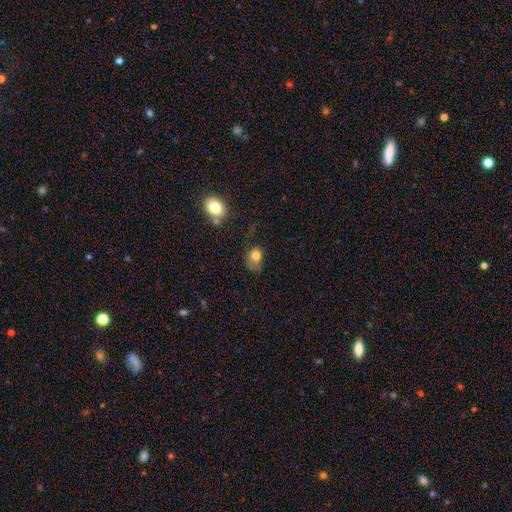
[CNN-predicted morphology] type=smooth (77%); roundness=in between (60%); merging=minor disturbance (35%).